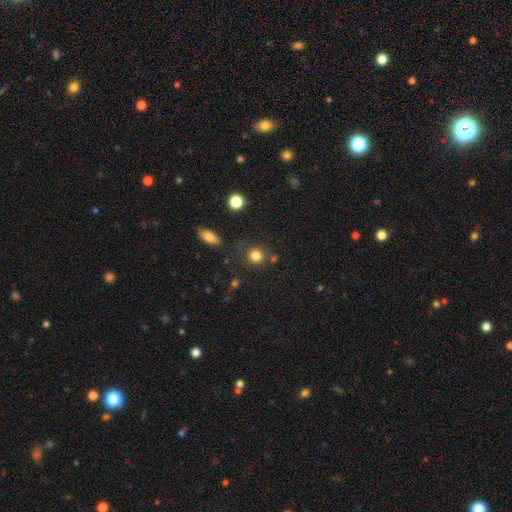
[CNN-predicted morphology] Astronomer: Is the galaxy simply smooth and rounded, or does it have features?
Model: smooth — 82%.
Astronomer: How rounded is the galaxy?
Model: round — 89%.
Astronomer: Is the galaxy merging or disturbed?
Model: none — 77%.